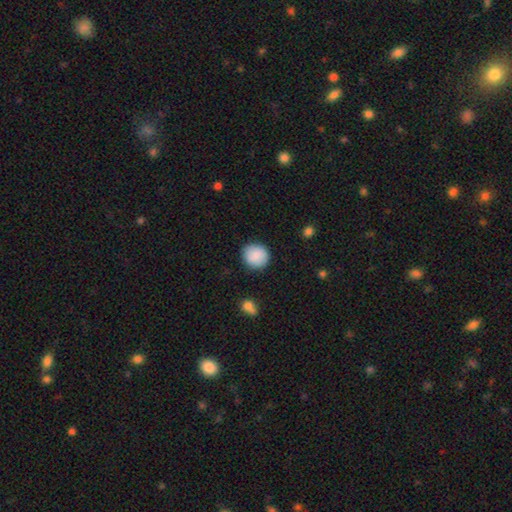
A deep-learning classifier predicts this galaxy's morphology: Smooth or featured: smooth — 88% (star or artifact — 7%)
How rounded: round — 88% (in between — 11%)
Merging: none — 88% (minor disturbance — 8%)